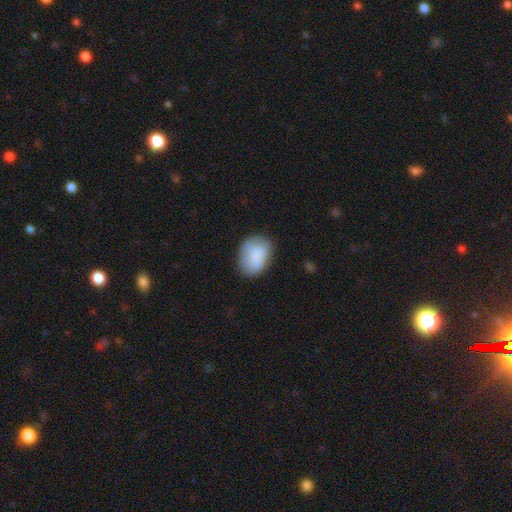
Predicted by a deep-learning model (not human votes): Smooth or featured: smooth — 83% (featured or disk — 10%)
How rounded: in between — 71% (round — 28%)
Merging: none — 68% (minor disturbance — 23%)